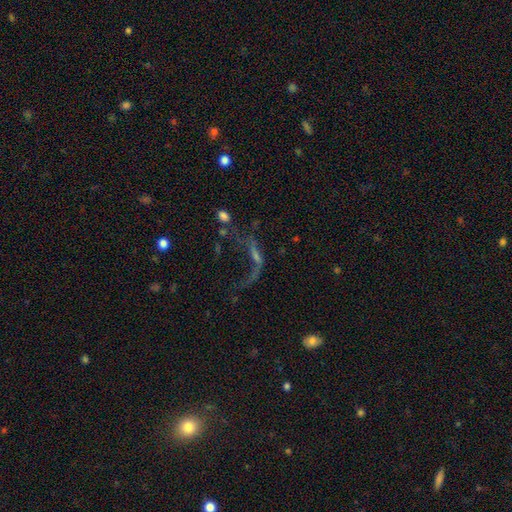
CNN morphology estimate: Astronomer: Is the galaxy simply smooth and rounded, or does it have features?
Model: featured or disk — 57%.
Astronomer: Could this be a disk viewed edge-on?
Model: no — 84%.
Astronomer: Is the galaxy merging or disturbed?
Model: major disturbance — 47% (runner-up: none, 29%).